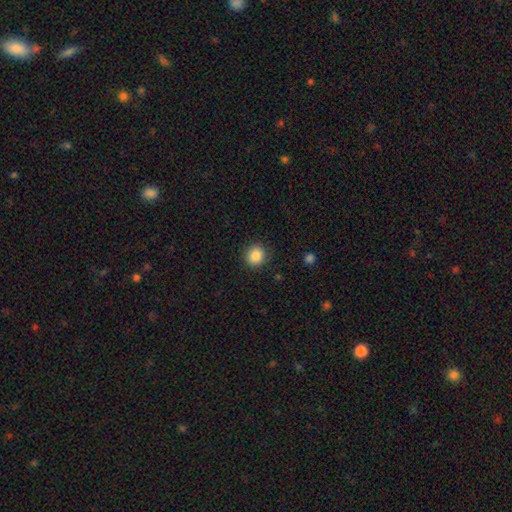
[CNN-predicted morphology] Q: Smooth or featured?
A: smooth (86%); runner-up: star or artifact (10%)
Q: How rounded?
A: round (87%); runner-up: in between (12%)
Q: Merging?
A: none (89%); runner-up: minor disturbance (8%)